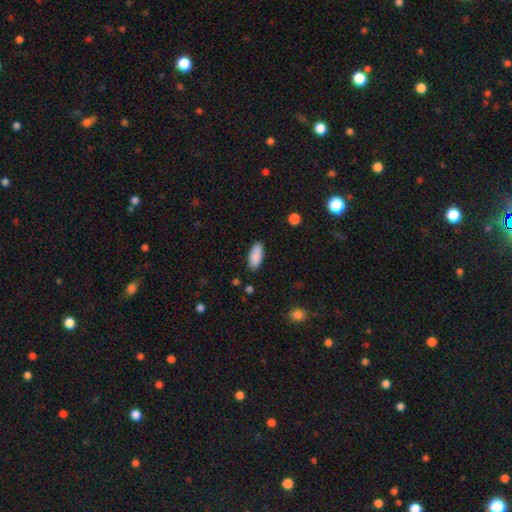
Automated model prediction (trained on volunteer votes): smooth 89%, star or artifact 6%, featured or disk 5%. Down the decision tree: how rounded — in between (84%); merging — none (87%).